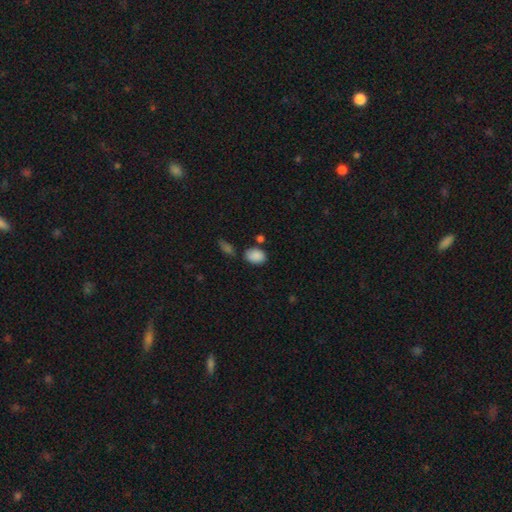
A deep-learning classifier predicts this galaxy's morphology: The model was most divided on "merging": none: 71%, minor disturbance: 16%, merger: 8%, major disturbance: 4%. More confident: smooth or featured — smooth (87%); how rounded — in between (80%).